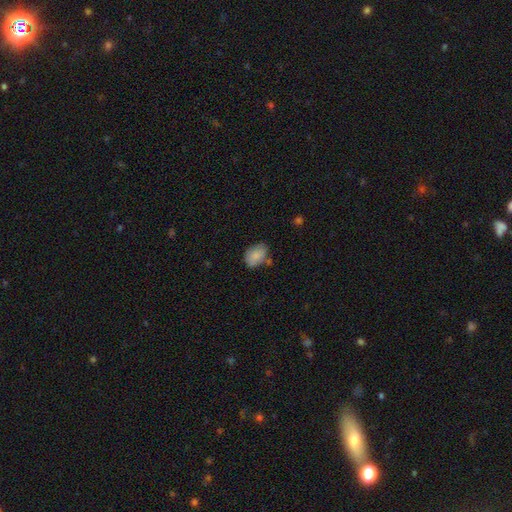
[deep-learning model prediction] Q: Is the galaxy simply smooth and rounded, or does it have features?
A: smooth — 84%.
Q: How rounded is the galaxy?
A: in between — 82%.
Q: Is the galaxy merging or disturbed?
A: none — 62%.